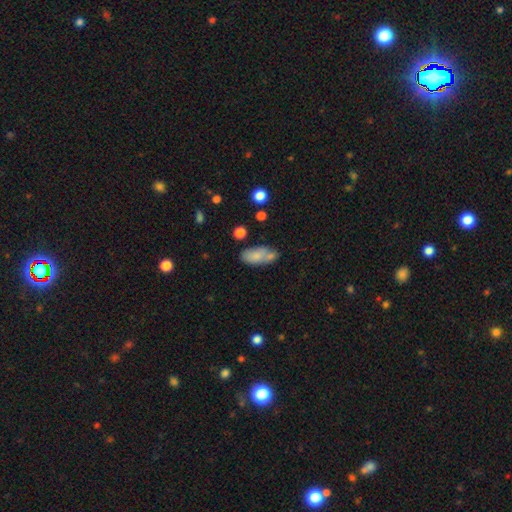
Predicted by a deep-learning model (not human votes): A smooth galaxy with no disk features (77%) that is in between round and cigar-shaped (87%). Merging: none (50%).